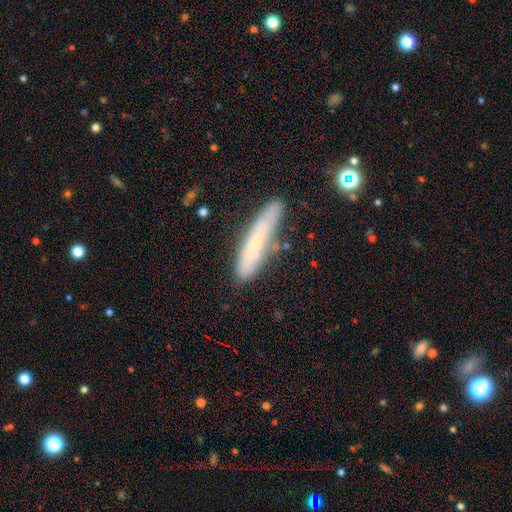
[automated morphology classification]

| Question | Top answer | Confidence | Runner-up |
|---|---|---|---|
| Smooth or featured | smooth | 58% | featured or disk (34%) |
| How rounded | cigar-shaped | 83% | in between (15%) |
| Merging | none | 70% | minor disturbance (19%) |